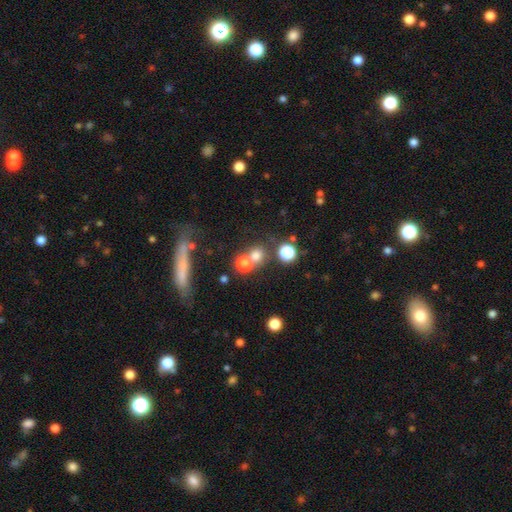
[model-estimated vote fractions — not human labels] Morphology: type=smooth (71%); roundness=round (86%); merging=none (54%).